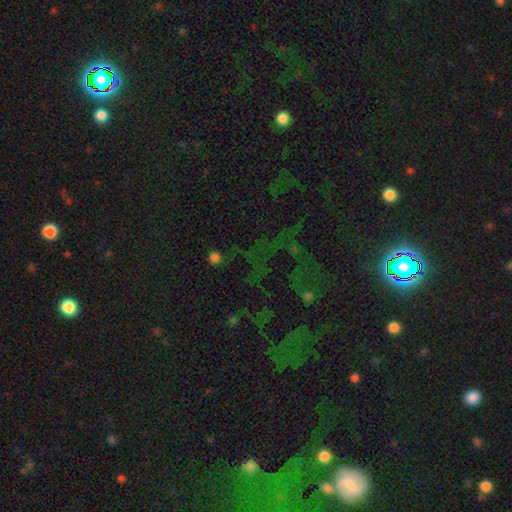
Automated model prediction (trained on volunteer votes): Q: Smooth or featured?
A: star or artifact (74%); runner-up: smooth (14%)